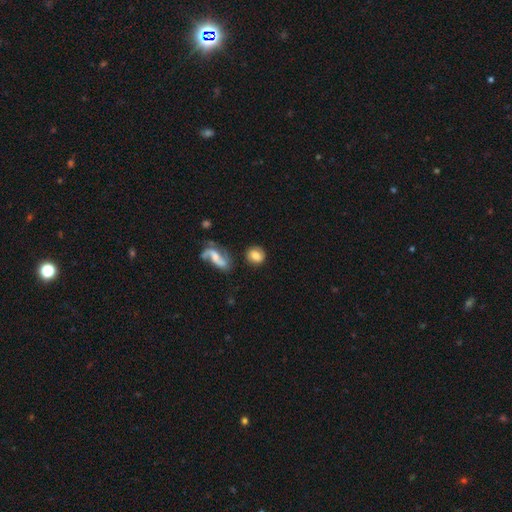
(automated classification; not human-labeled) Smooth or featured: smooth — 67% (featured or disk — 24%)
How rounded: round — 73% (in between — 25%)
Merging: none — 74% (minor disturbance — 14%)